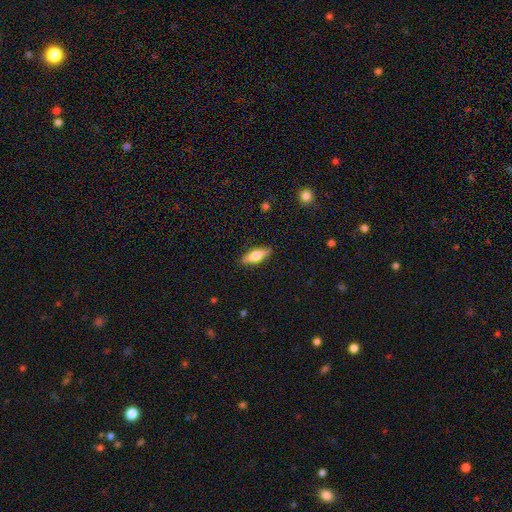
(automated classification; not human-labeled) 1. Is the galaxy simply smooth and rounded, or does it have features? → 50% smooth, 44% featured or disk, 7% star or artifact.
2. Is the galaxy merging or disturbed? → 88% none, 9% minor disturbance, 2% major disturbance, 1% merger.